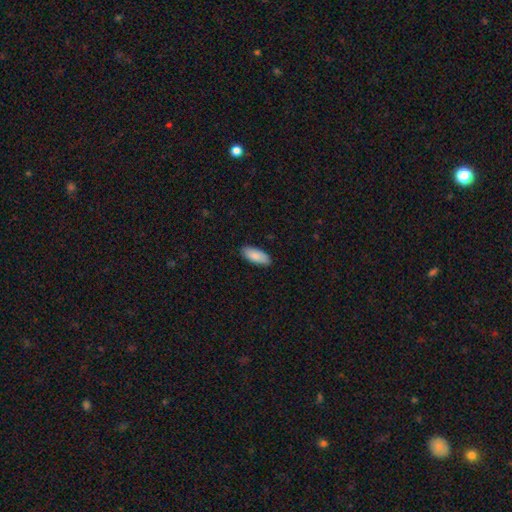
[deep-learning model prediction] Smooth or featured?
  - smooth: 87% *
  - featured or disk: 8%
  - star or artifact: 5%
How rounded?
  - in between: 84% *
  - cigar-shaped: 14%
  - round: 2%
Merging?
  - none: 88% *
  - minor disturbance: 10%
  - major disturbance: 2%
  - merger: 1%